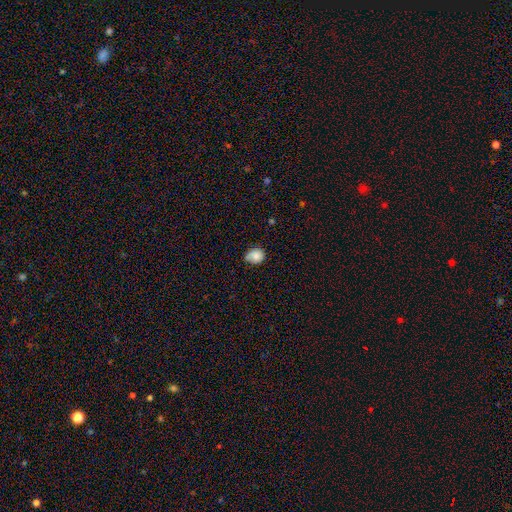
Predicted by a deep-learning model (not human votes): Smooth or featured: smooth — 80% (featured or disk — 11%)
How rounded: round — 61% (in between — 39%)
Merging: none — 49% (minor disturbance — 39%)